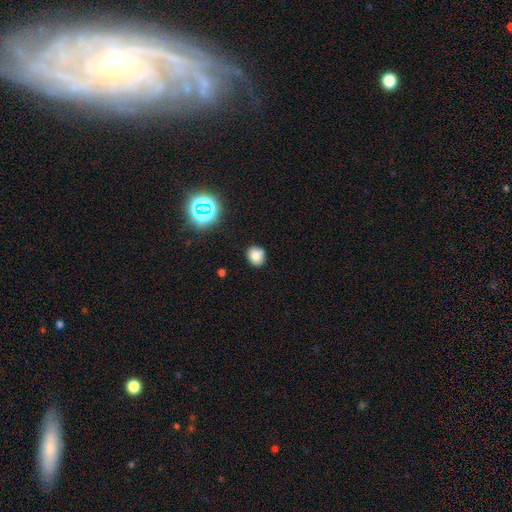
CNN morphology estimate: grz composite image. It shows a smooth galaxy with no disk features (78%) that is round (69%). Merging: none (82%).